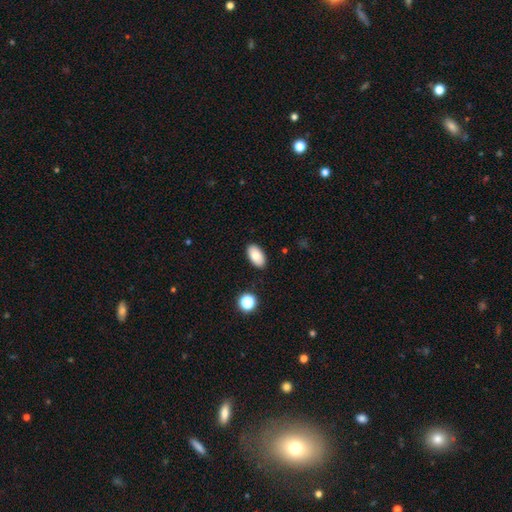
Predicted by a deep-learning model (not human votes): smooth 83%, featured or disk 9%, star or artifact 8%. Down the decision tree: how rounded — in between (94%); merging — none (87%).